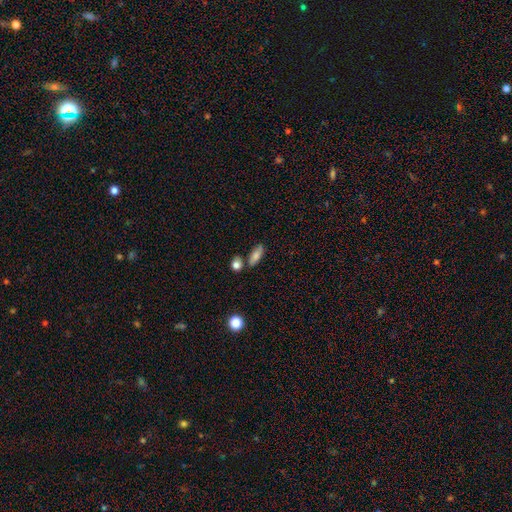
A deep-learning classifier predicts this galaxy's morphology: type=smooth (79%); roundness=in between (72%); merging=none (70%).